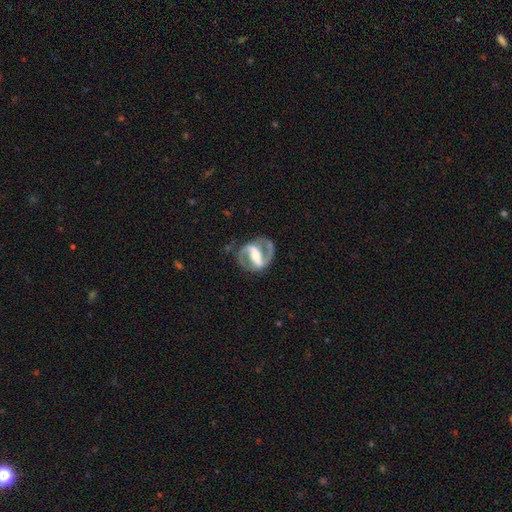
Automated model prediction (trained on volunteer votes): A featured or disk galaxy (89%) with a strong bar (72%), 2 (91%) medium (56%) spiral arms (92%) and a moderate central bulge (62%). Merging: none (80%).